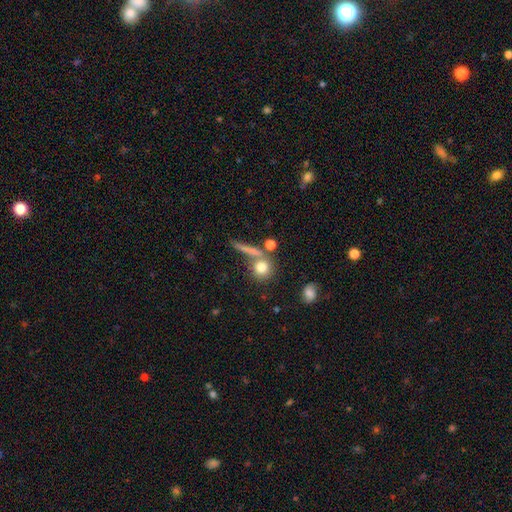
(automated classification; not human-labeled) Smooth or featured? smooth (53%)
How rounded? round (68%)
Merging? none (66%)